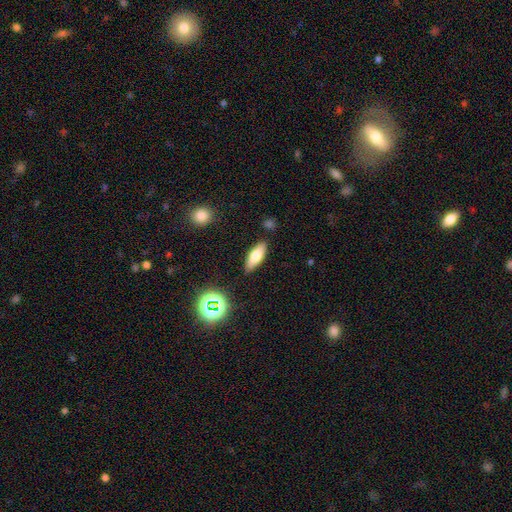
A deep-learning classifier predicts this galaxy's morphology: A smooth galaxy with no disk features (69%) that is in between round and cigar-shaped (61%).

Vote fractions:
- Smooth or featured? smooth: 69% / featured or disk: 22% / star or artifact: 9%
- How rounded? in between: 61% / cigar-shaped: 36% / round: 3%
- Merging? none: 85% / minor disturbance: 10% / major disturbance: 2% / merger: 2%